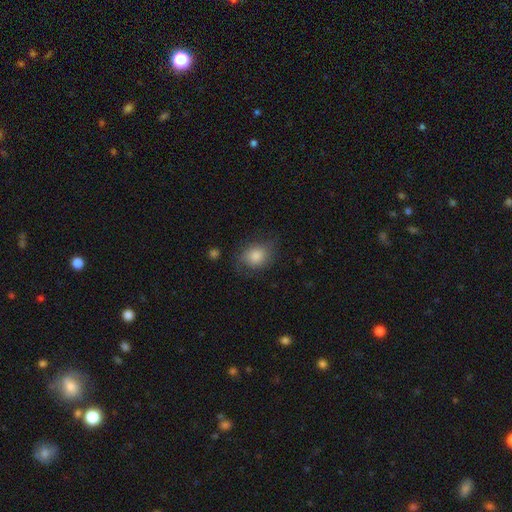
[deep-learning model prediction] smooth-or-featured: smooth: 77% | featured or disk: 14% | star or artifact: 9%
  how-rounded: round: 63% | in between: 36% | cigar-shaped: 1%
  merging: none: 67% | minor disturbance: 22% | major disturbance: 9% | merger: 1%